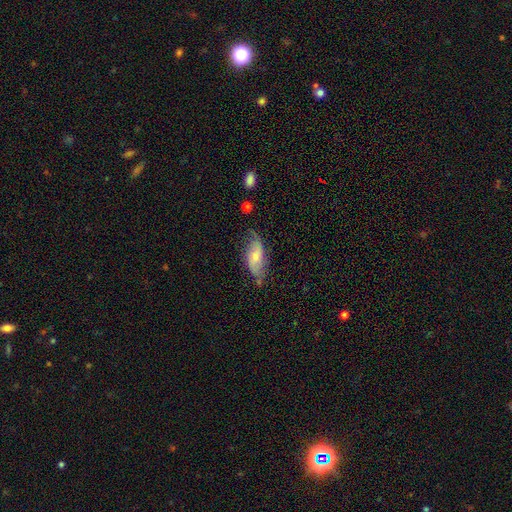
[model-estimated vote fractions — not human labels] A featured or disk galaxy (54%).

Vote fractions:
- Smooth or featured? featured or disk: 54% / smooth: 38% / star or artifact: 8%
- Edge-on disk? no: 85% / yes: 15%
- Merging? none: 62% / minor disturbance: 27% / major disturbance: 8% / merger: 3%